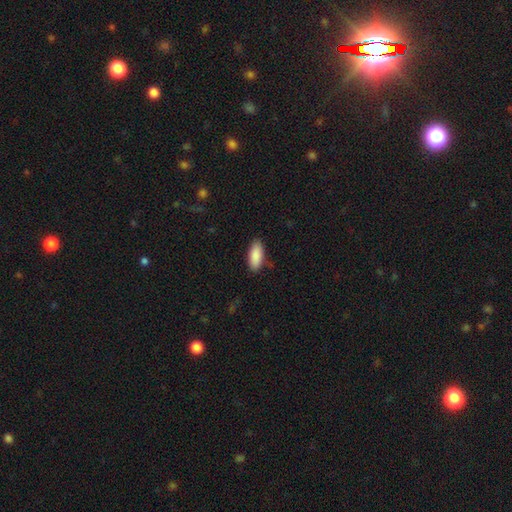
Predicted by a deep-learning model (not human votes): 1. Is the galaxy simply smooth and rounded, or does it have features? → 90% smooth, 6% star or artifact, 4% featured or disk.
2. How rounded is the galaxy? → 84% in between, 14% cigar-shaped, 2% round.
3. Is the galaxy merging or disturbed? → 86% none, 11% minor disturbance, 2% major disturbance, 1% merger.